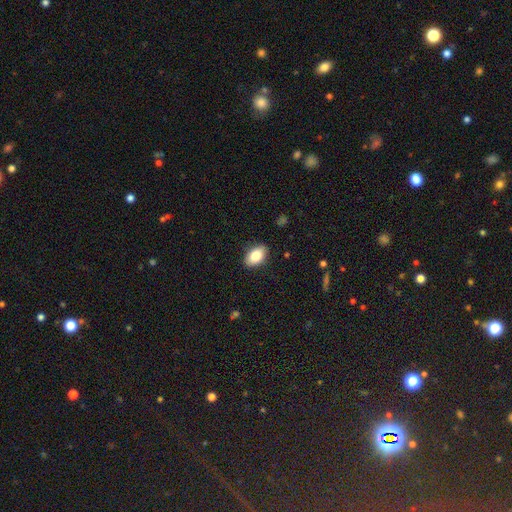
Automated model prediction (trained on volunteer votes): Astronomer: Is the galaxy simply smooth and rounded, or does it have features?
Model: smooth — 83%.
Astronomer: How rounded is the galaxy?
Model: in between — 90%.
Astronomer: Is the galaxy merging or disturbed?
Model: none — 88%.